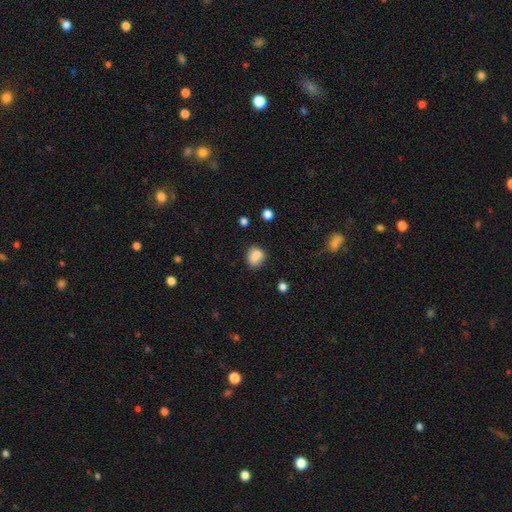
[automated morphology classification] type=smooth (81%); roundness=round (57%); merging=none (56%).